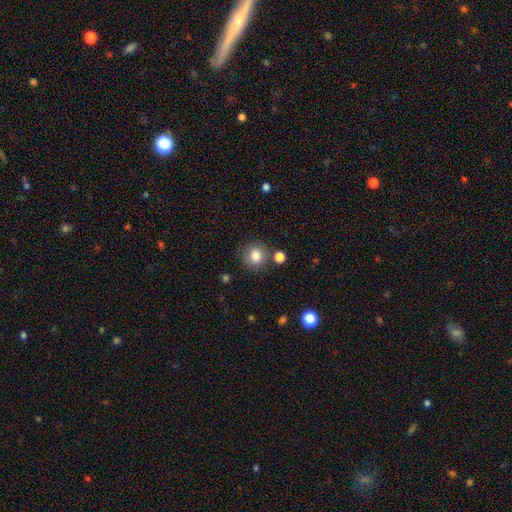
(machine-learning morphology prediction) Smooth or featured?
  - smooth: 84% *
  - star or artifact: 10%
  - featured or disk: 6%
How rounded?
  - round: 88% *
  - in between: 11%
  - cigar-shaped: 1%
Merging?
  - none: 82% *
  - minor disturbance: 9%
  - merger: 6%
  - major disturbance: 3%